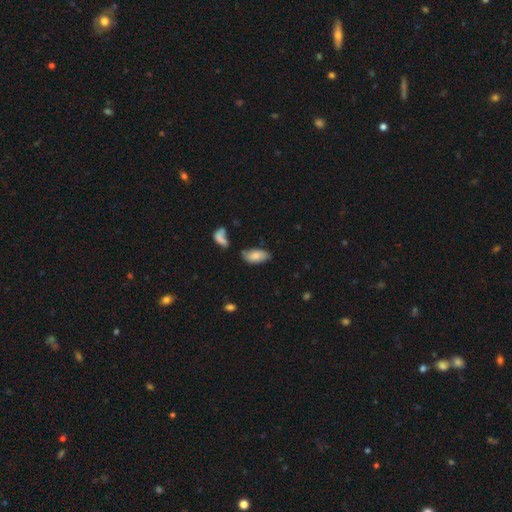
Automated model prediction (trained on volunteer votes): Morphology: type=smooth (78%); roundness=in between (92%); merging=none (65%).